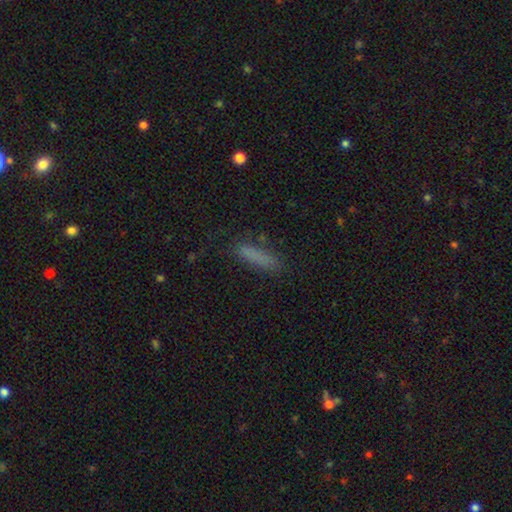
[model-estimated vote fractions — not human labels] smooth_or_featured: smooth (p=0.81) [alt: star or artifact p=0.10]
how_rounded: cigar-shaped (p=0.82) [alt: in between p=0.16]
merging: none (p=0.81) [alt: minor disturbance p=0.13]